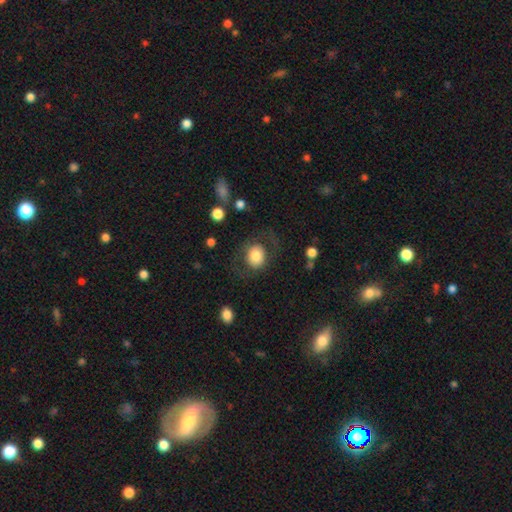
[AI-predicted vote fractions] Morphology: type=smooth (74%); roundness=round (66%); merging=none (71%).